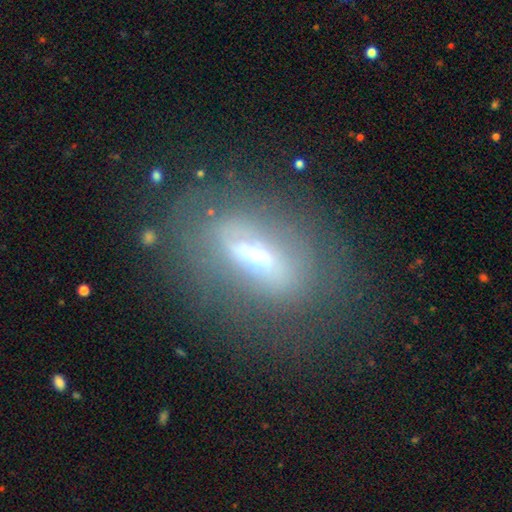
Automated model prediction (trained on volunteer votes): Smooth or featured? featured or disk (58%)
Edge-on disk? no (70%)
Merging? none (65%)